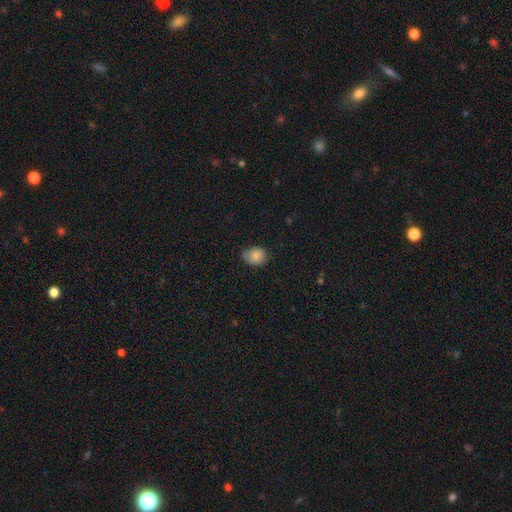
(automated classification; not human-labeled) The model was most divided on "how rounded": round: 51%, in between: 48%, cigar-shaped: 1%. More confident: smooth or featured — smooth (84%); merging — none (64%).